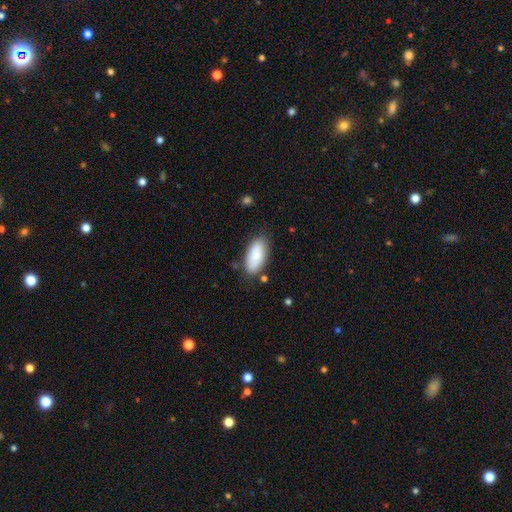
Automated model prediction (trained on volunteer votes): A smooth galaxy with no disk features (87%) that is in between round and cigar-shaped (90%). Merging: none (80%).